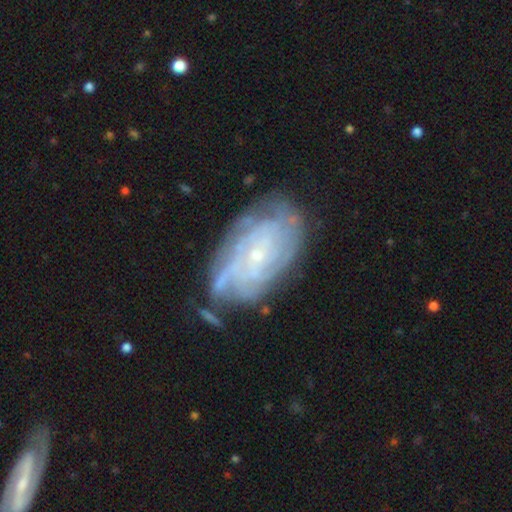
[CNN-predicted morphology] Q: Smooth or featured?
A: featured or disk (81%); runner-up: smooth (12%)
Q: Edge-on disk?
A: no (95%); runner-up: yes (5%)
Q: Bar?
A: no (73%); runner-up: weak (22%)
Q: Spiral arms?
A: yes (91%); runner-up: no (9%)
Q: Spiral winding?
A: tight (71%); runner-up: medium (22%)
Q: Spiral arm count?
A: can't tell (44%); runner-up: 4 (18%)
Q: Bulge size?
A: small (83%); runner-up: moderate (13%)
Q: Merging?
A: none (63%); runner-up: minor disturbance (23%)